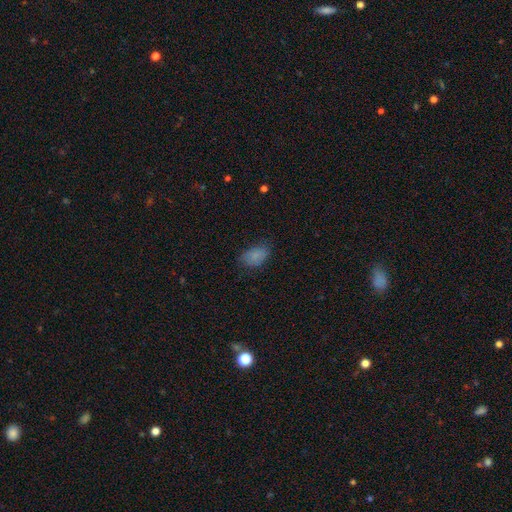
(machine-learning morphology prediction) The model was most divided on "merging": none: 67%, minor disturbance: 25%, major disturbance: 7%, merger: 1%. More confident: how rounded — in between (90%); smooth or featured — smooth (81%).